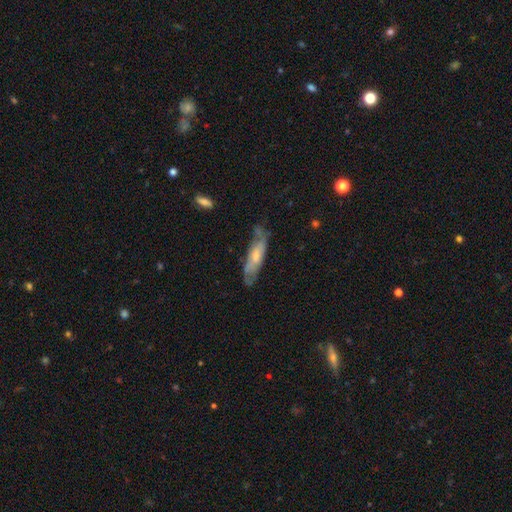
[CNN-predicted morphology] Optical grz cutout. It shows a featured or disk galaxy (48%). Merging: none (59%).